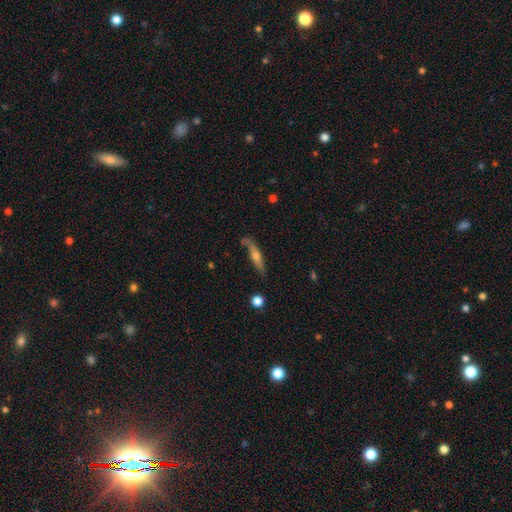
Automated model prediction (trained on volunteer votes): smooth-or-featured: featured or disk: 57% | smooth: 34% | star or artifact: 9%
  disk-edge-on: yes: 80% | no: 20%
  merging: none: 67% | minor disturbance: 21% | major disturbance: 8% | merger: 4%